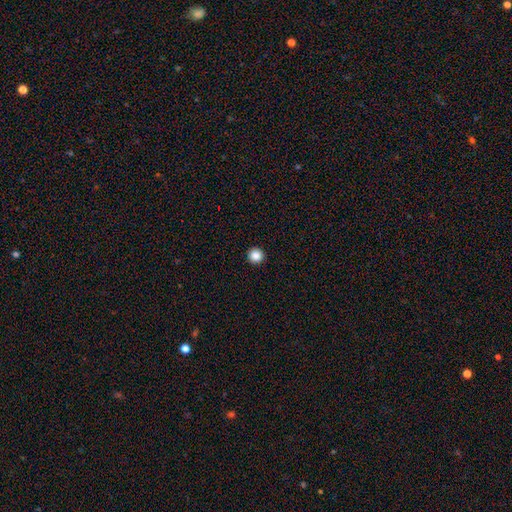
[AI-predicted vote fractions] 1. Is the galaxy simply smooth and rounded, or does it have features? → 87% smooth, 10% star or artifact, 3% featured or disk.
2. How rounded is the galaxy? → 96% round, 3% in between, 1% cigar-shaped.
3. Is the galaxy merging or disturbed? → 94% none, 4% minor disturbance, 1% major disturbance, 1% merger.